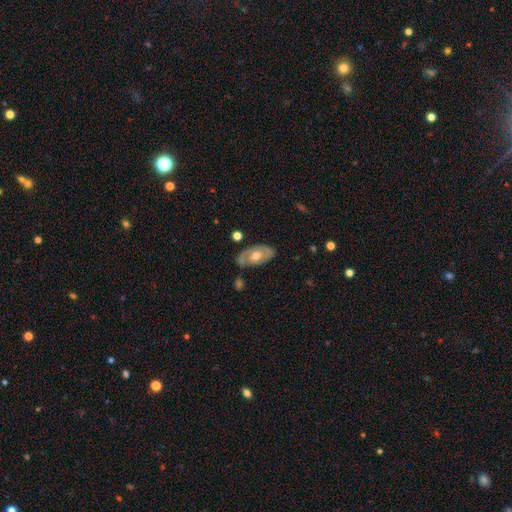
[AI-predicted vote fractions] Overall: featured or disk (64%; smooth 31%). Edge-on disk: no (91%). Bar: no (81%). Spiral arms: yes (59%; no 41%). Bulge size: moderate (74%). Merging: none (66%).